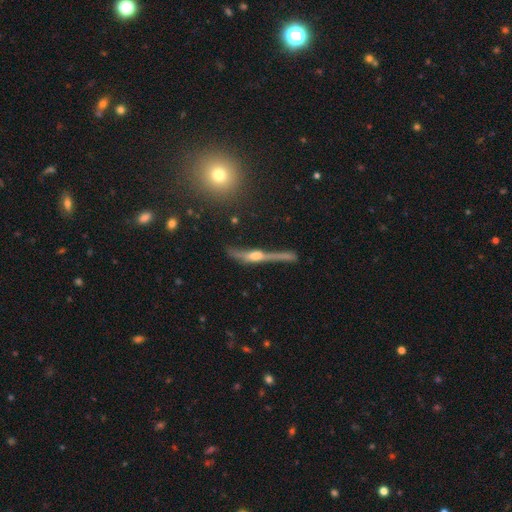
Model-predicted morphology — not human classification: smooth_or_featured: featured or disk (p=0.67) [alt: smooth p=0.22]
disk_edge_on: yes (p=0.90) [alt: no p=0.10]
edge_on_bulge: rounded (p=0.81) [alt: none p=0.10]
merging: none (p=0.58) [alt: minor disturbance p=0.20]